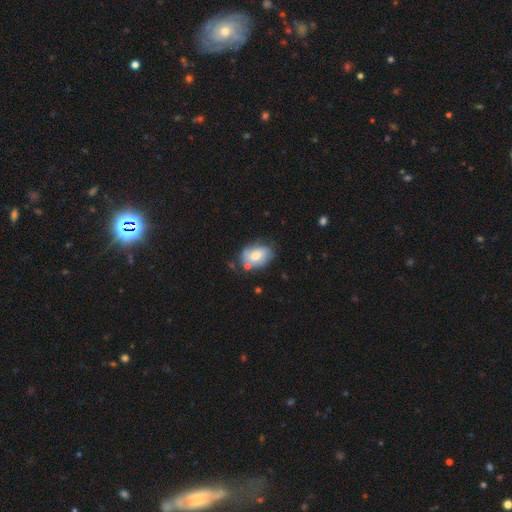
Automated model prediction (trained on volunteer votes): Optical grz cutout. It shows a smooth galaxy with no disk features (66%) that is in between round and cigar-shaped (78%). Merging: none (58%).